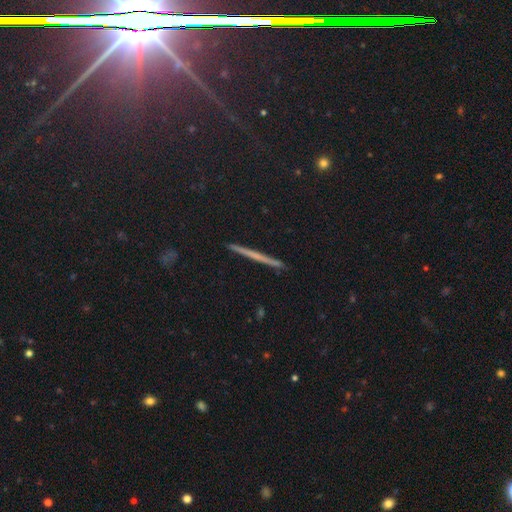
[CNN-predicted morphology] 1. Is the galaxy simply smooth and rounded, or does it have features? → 49% featured or disk, 35% smooth, 16% star or artifact.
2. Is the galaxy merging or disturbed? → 92% none, 5% minor disturbance, 1% merger, 1% major disturbance.